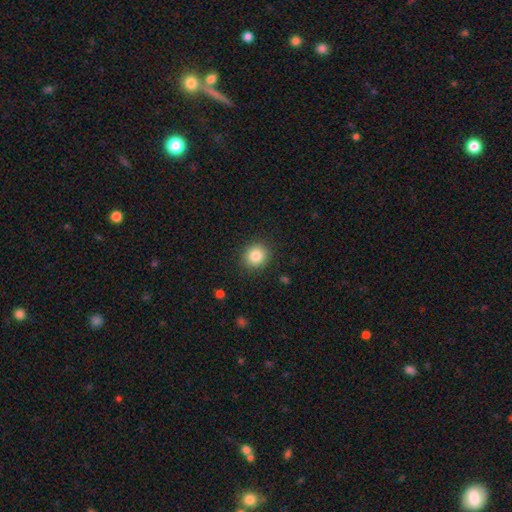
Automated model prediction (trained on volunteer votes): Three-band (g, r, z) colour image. It shows a smooth galaxy with no disk features (84%) that is round (85%). Merging: none (89%).